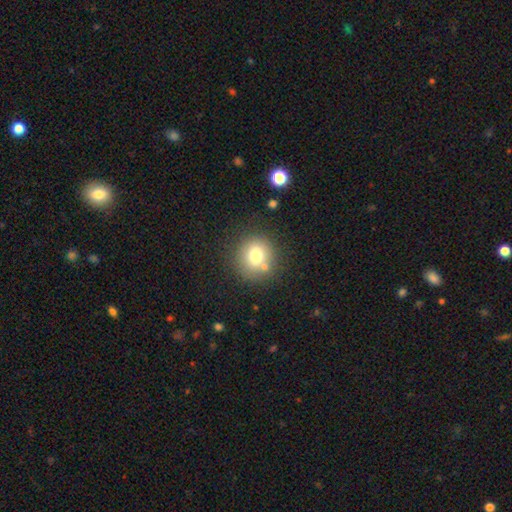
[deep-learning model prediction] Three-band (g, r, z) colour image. It shows a smooth galaxy with no disk features (75%) that is round (86%). Merging: none (73%).